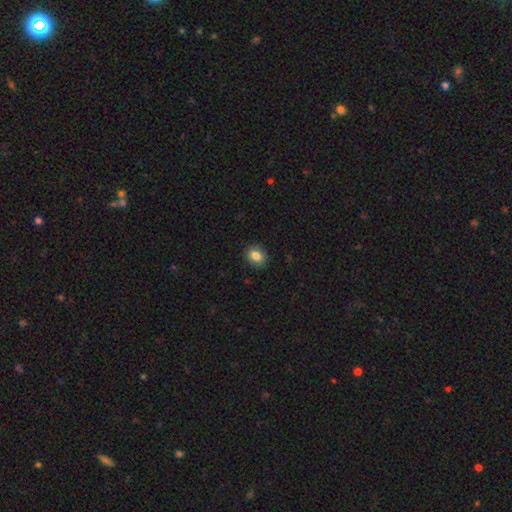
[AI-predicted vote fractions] Smooth or featured? smooth (85%)
How rounded? round (52%)
Merging? none (90%)